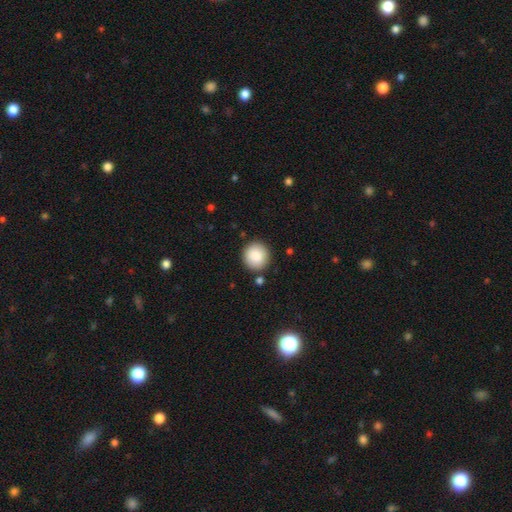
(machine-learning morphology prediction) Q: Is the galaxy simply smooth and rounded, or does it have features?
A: smooth — 87%.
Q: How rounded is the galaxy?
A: round — 93%.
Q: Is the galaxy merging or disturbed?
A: none — 88%.